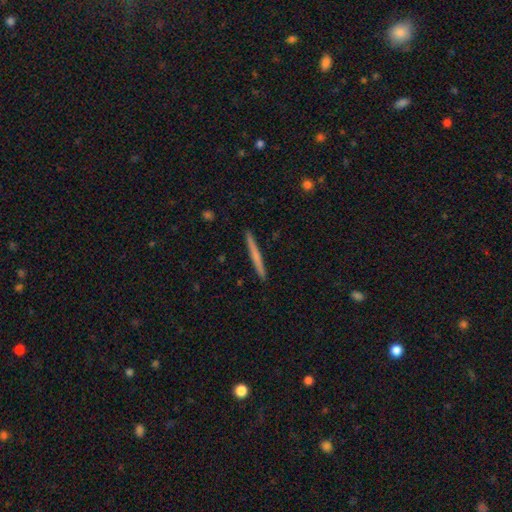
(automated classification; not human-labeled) smooth 57%, featured or disk 38%, star or artifact 5%. Down the decision tree: how rounded — cigar-shaped (97%); merging — none (93%).